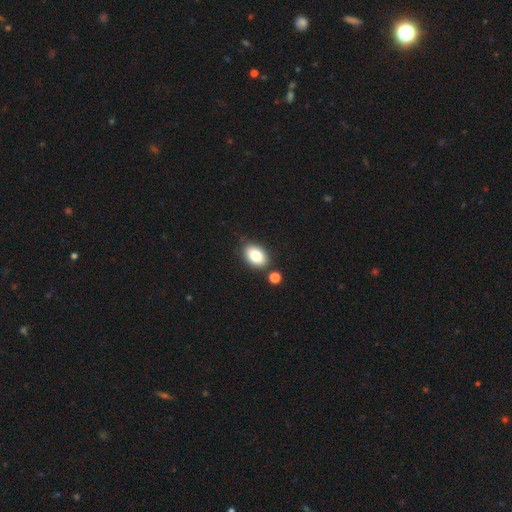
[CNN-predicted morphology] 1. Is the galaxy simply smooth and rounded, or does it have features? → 81% smooth, 10% featured or disk, 8% star or artifact.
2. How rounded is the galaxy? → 88% in between, 11% round, 1% cigar-shaped.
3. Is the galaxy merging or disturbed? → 79% none, 10% minor disturbance, 9% merger, 3% major disturbance.